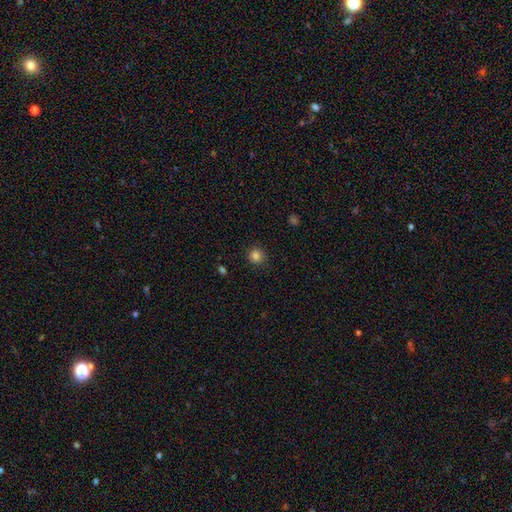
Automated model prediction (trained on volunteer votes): smooth-or-featured: smooth: 84% | star or artifact: 12% | featured or disk: 4%
  how-rounded: round: 90% | in between: 9% | cigar-shaped: 1%
  merging: none: 86% | minor disturbance: 10% | major disturbance: 3% | merger: 1%